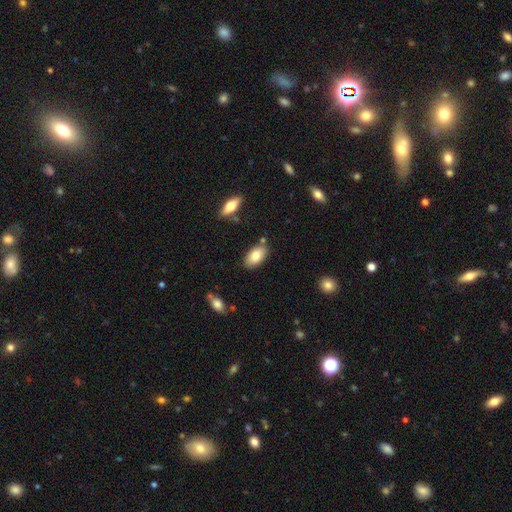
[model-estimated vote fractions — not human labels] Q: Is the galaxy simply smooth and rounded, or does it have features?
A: smooth — 81%.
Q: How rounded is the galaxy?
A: in between — 94%.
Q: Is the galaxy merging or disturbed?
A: none — 81%.